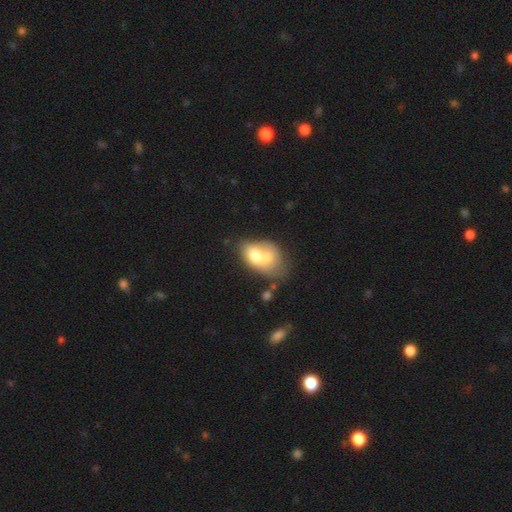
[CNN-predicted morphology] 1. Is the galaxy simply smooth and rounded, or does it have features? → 62% smooth, 30% featured or disk, 8% star or artifact.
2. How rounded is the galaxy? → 78% in between, 20% round, 2% cigar-shaped.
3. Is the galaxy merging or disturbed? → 70% merger, 14% none, 9% minor disturbance, 7% major disturbance.